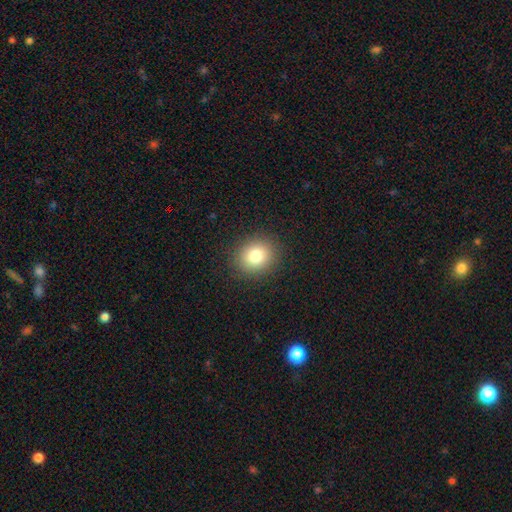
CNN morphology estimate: Smooth or featured: smooth — 81% (star or artifact — 11%)
How rounded: round — 70% (in between — 29%)
Merging: none — 89% (minor disturbance — 7%)